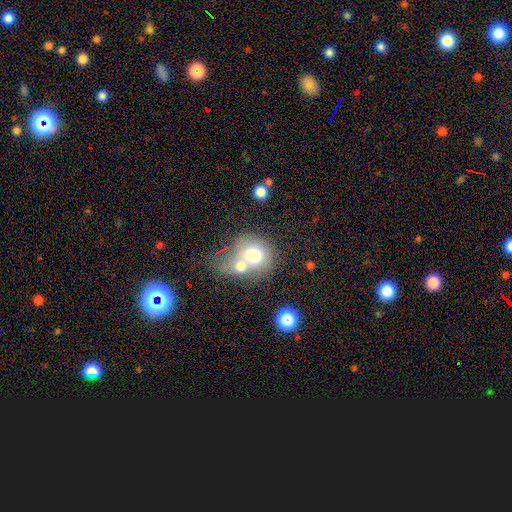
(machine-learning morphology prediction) Smooth or featured?
  - smooth: 66% *
  - featured or disk: 24%
  - star or artifact: 10%
How rounded?
  - round: 68% *
  - in between: 31%
  - cigar-shaped: 1%
Merging?
  - merger: 63% *
  - none: 22%
  - minor disturbance: 8%
  - major disturbance: 7%